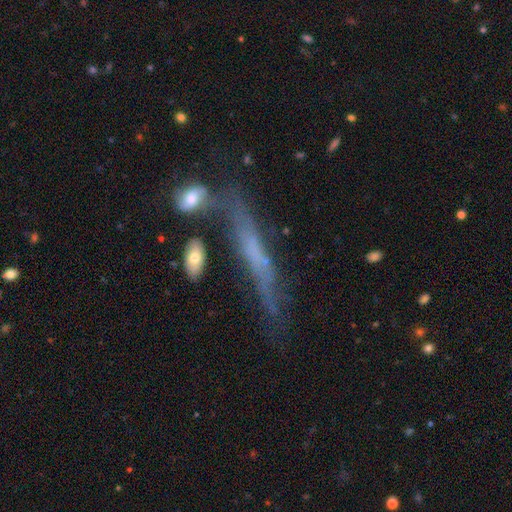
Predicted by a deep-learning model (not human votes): smooth-or-featured: featured or disk: 54% | smooth: 35% | star or artifact: 11%
  disk-edge-on: yes: 77% | no: 23%
  merging: none: 52% | minor disturbance: 23% | major disturbance: 13% | merger: 12%